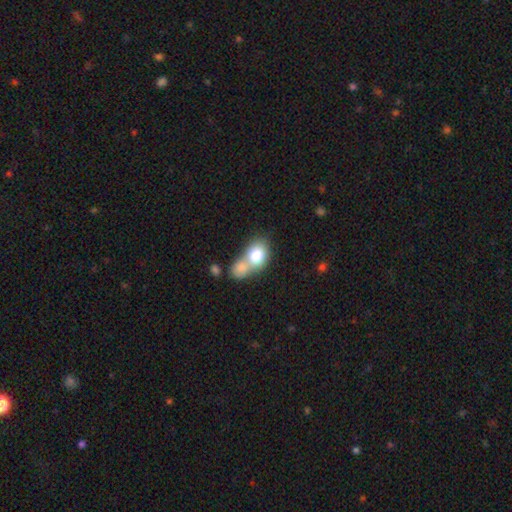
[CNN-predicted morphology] Q: Smooth or featured?
A: smooth (77%); runner-up: featured or disk (16%)
Q: How rounded?
A: in between (64%); runner-up: round (34%)
Q: Merging?
A: merger (67%); runner-up: none (20%)